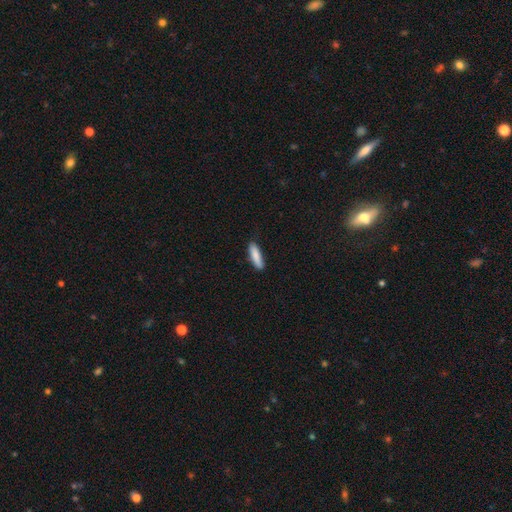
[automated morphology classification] Smooth or featured?
  - smooth: 86% *
  - featured or disk: 8%
  - star or artifact: 6%
How rounded?
  - cigar-shaped: 72% *
  - in between: 27%
  - round: 1%
Merging?
  - none: 84% *
  - minor disturbance: 13%
  - major disturbance: 2%
  - merger: 1%